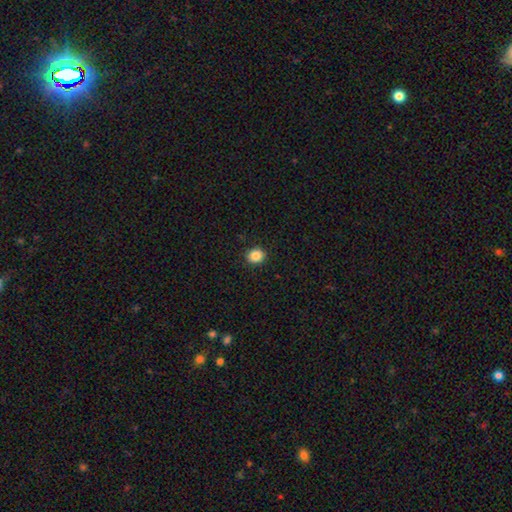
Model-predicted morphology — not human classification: Smooth or featured: smooth — 86% (star or artifact — 10%)
How rounded: round — 78% (in between — 21%)
Merging: none — 91% (minor disturbance — 6%)